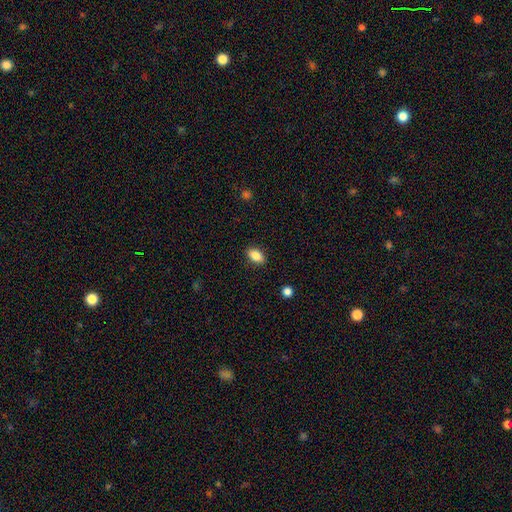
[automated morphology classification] type=smooth (86%); roundness=in between (89%); merging=none (88%).